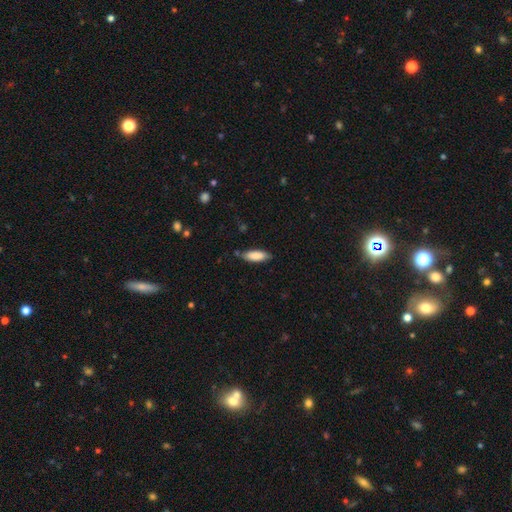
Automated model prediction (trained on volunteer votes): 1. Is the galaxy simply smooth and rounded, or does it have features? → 84% smooth, 10% featured or disk, 6% star or artifact.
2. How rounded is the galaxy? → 65% in between, 33% cigar-shaped, 2% round.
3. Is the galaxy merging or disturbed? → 78% none, 17% minor disturbance, 3% major disturbance, 2% merger.